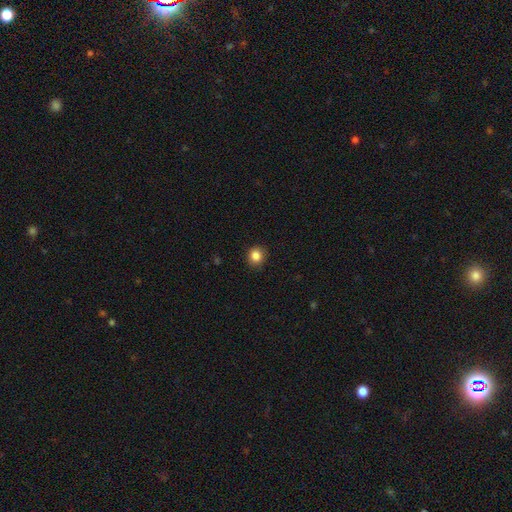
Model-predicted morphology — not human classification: Smooth or featured?
  - smooth: 86% *
  - star or artifact: 10%
  - featured or disk: 4%
How rounded?
  - round: 87% *
  - in between: 13%
  - cigar-shaped: 1%
Merging?
  - none: 89% *
  - minor disturbance: 8%
  - major disturbance: 2%
  - merger: 1%